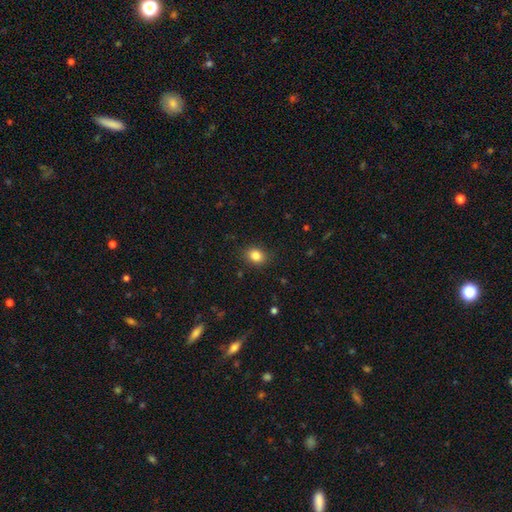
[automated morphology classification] The model was most divided on "how rounded": in between: 50%, round: 49%, cigar-shaped: 1%. More confident: merging — none (86%); smooth or featured — smooth (84%).